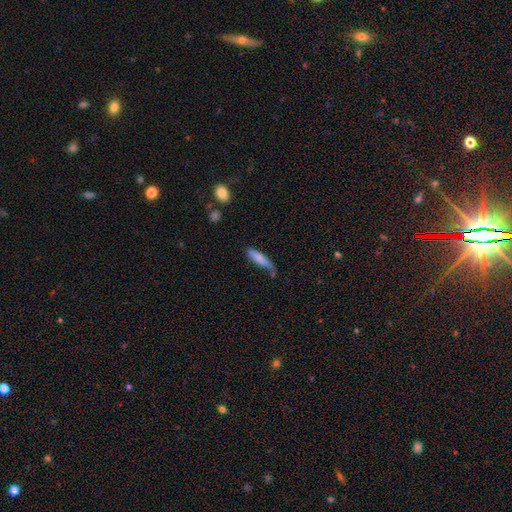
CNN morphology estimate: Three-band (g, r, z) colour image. It shows a smooth galaxy with no disk features (76%) that is cigar-shaped (78%). Merging: none (54%).